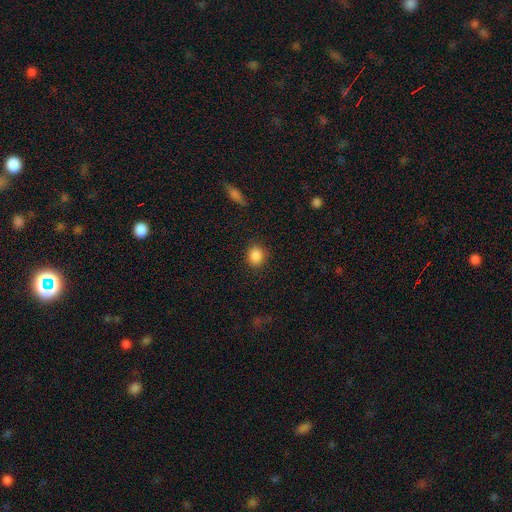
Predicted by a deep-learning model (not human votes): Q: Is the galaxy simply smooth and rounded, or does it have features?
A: smooth — 87%.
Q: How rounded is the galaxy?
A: round — 62%.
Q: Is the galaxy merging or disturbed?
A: none — 86%.